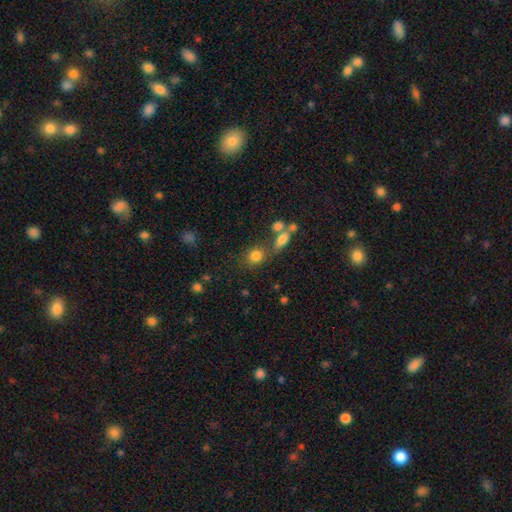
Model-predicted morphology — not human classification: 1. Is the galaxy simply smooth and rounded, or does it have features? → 79% smooth, 12% star or artifact, 8% featured or disk.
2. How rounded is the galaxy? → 74% round, 25% in between, 2% cigar-shaped.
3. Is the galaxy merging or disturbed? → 61% none, 19% merger, 13% minor disturbance, 7% major disturbance.